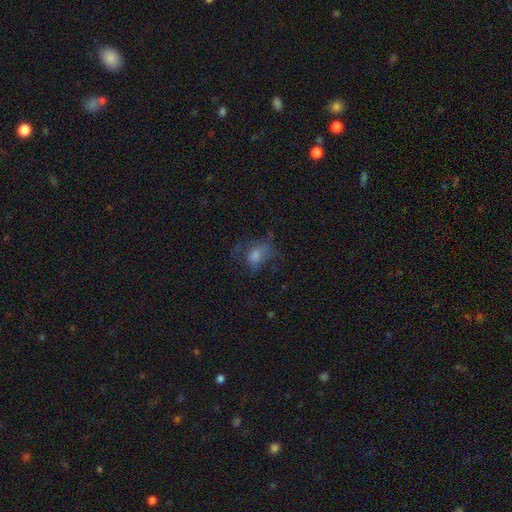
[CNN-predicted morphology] smooth 45%, featured or disk 35%, star or artifact 20%. Down the decision tree: merging — none (46%).